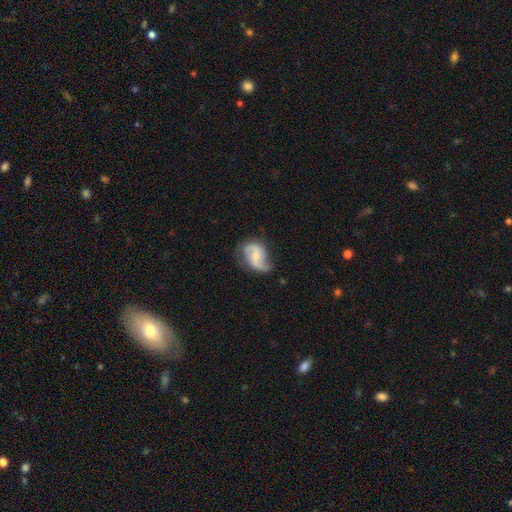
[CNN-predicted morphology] Smooth or featured? featured or disk (78%)
Edge-on disk? no (98%)
Bar? no (51%)
Spiral arms? yes (95%)
Spiral winding? loose (53%)
Spiral arm count? 2 (85%)
Bulge size? small (51%)
Merging? none (61%)